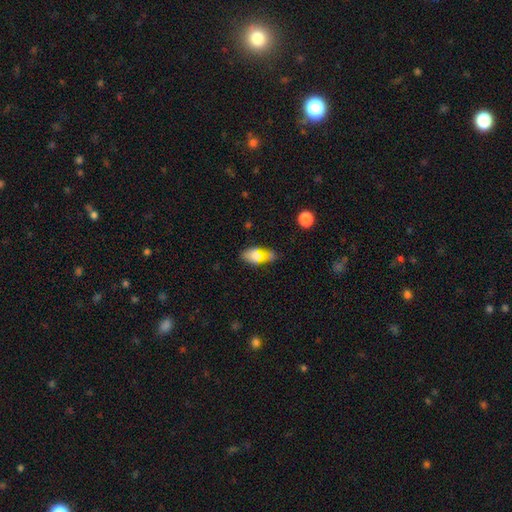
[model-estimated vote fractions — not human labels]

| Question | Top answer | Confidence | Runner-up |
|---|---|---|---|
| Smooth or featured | smooth | 68% | featured or disk (18%) |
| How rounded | in between | 87% | cigar-shaped (7%) |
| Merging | none | 67% | minor disturbance (20%) |